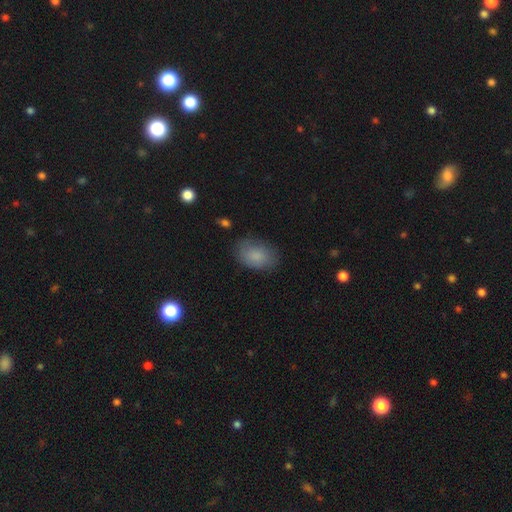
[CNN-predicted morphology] A smooth galaxy with no disk features (84%) that is in between round and cigar-shaped (86%).

Vote fractions:
- Smooth or featured? smooth: 84% / featured or disk: 9% / star or artifact: 7%
- How rounded? in between: 86% / round: 12% / cigar-shaped: 1%
- Merging? none: 77% / minor disturbance: 17% / major disturbance: 5% / merger: 1%